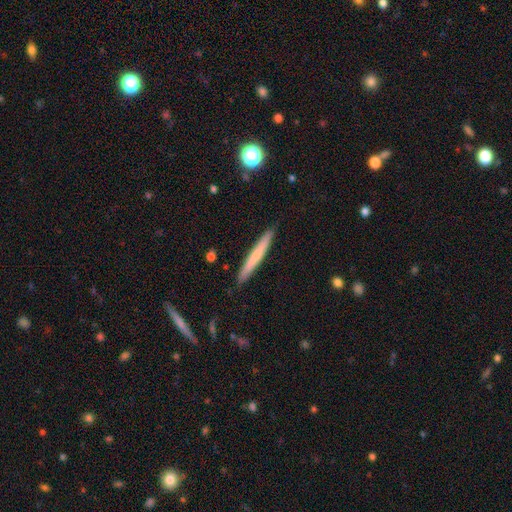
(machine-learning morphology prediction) The model was most divided on "smooth or featured": smooth: 61%, featured or disk: 33%, star or artifact: 6%. More confident: how rounded — cigar-shaped (96%); merging — none (91%).